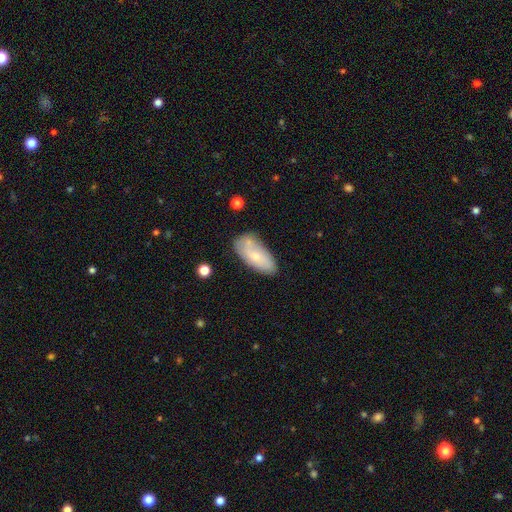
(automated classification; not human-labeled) The model was most divided on "smooth or featured": smooth: 64%, featured or disk: 29%, star or artifact: 7%. More confident: how rounded — in between (89%); merging — none (62%).